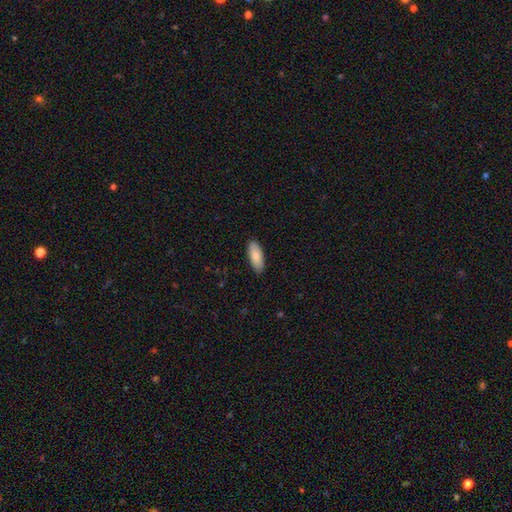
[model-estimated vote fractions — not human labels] A smooth galaxy with no disk features (84%) that is in between round and cigar-shaped (78%).

Vote fractions:
- Smooth or featured? smooth: 84% / featured or disk: 10% / star or artifact: 6%
- How rounded? in between: 78% / cigar-shaped: 20% / round: 2%
- Merging? none: 88% / minor disturbance: 9% / major disturbance: 2% / merger: 1%